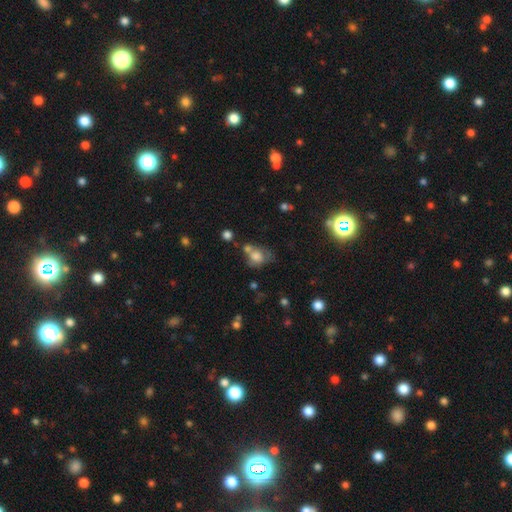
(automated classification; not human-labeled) smooth_or_featured: smooth (p=0.65) [alt: featured or disk p=0.21]
how_rounded: in between (p=0.52) [alt: round p=0.47]
merging: merger (p=0.35) [alt: none p=0.31]